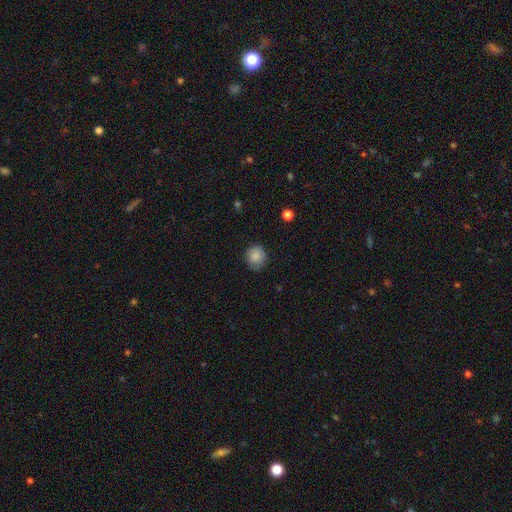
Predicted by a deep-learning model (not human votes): Overall: smooth (85%). How rounded: round (85%). Merging: none (78%).